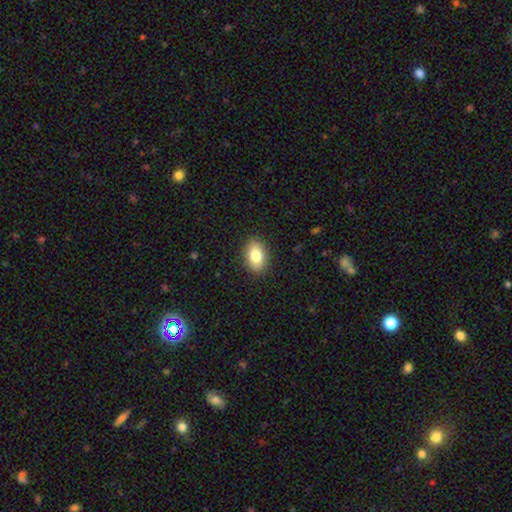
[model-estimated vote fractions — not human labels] Smooth or featured? Predicted: smooth (p=0.81). How rounded? Predicted: in between (p=0.85). Merging? Predicted: none (p=0.89).